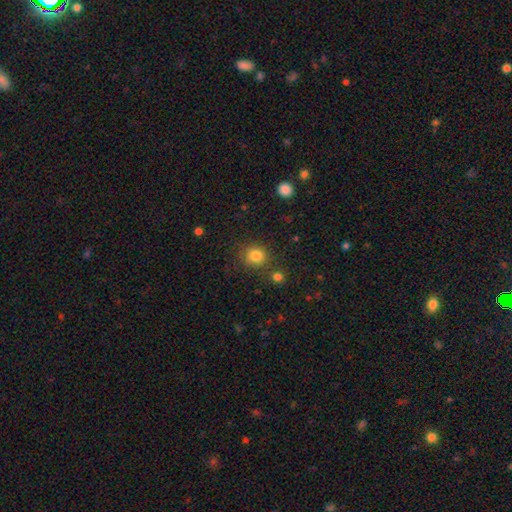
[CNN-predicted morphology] smooth 82%, star or artifact 13%, featured or disk 5%. Down the decision tree: how rounded — round (89%); merging — none (80%).